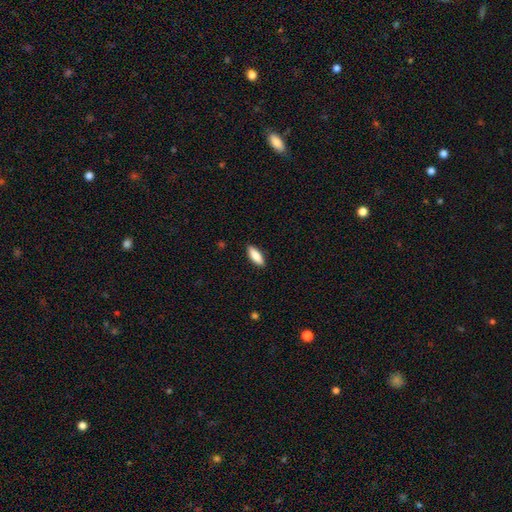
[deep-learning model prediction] This is clearly a smooth galaxy (84%). How rounded: likely in between (62%). Merging: clearly none (89%).